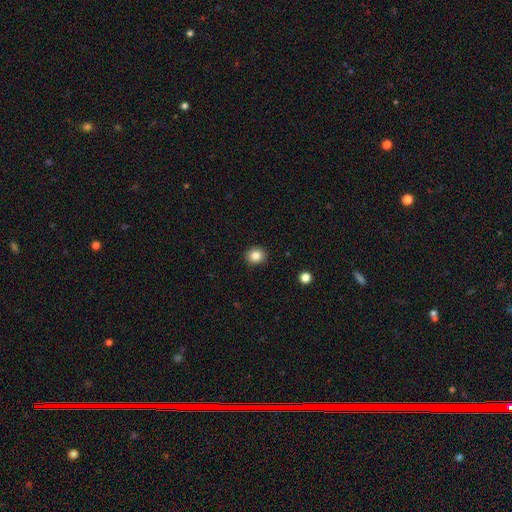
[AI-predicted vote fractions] Smooth or featured? smooth (84%)
How rounded? round (86%)
Merging? none (91%)